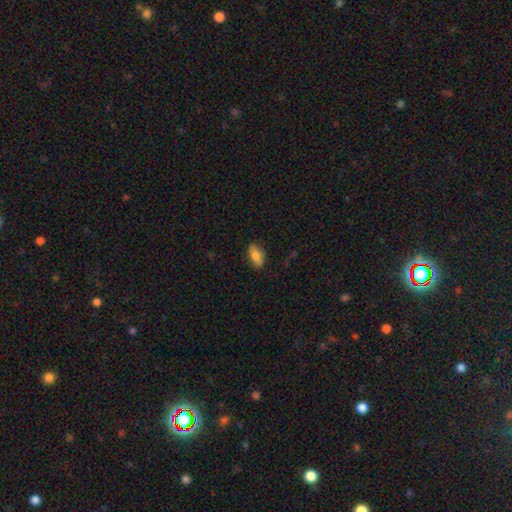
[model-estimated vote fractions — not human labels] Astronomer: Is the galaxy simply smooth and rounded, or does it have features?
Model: smooth — 82%.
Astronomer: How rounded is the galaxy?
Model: in between — 89%.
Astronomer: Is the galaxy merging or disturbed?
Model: none — 83%.